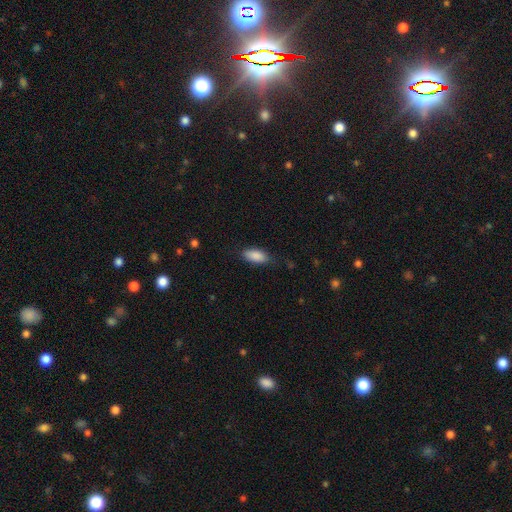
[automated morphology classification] type=smooth (88%); roundness=in between (87%); merging=none (76%).